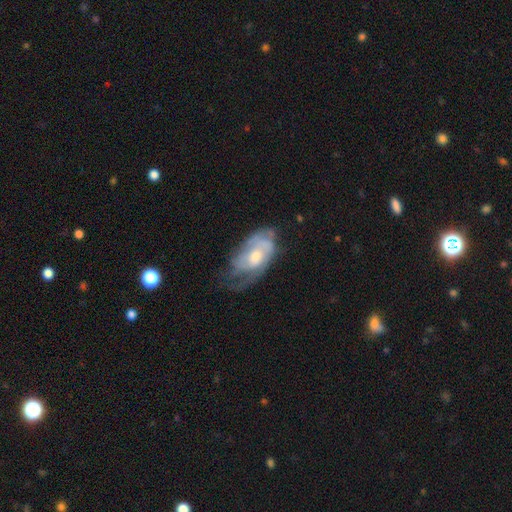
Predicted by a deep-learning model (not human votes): Overall: featured or disk (66%; smooth 28%). Edge-on disk: no (93%). Bar: no (73%). Spiral arms: yes (71%). Bulge size: moderate (57%; small 36%). Merging: none (40%; minor disturbance 30%).